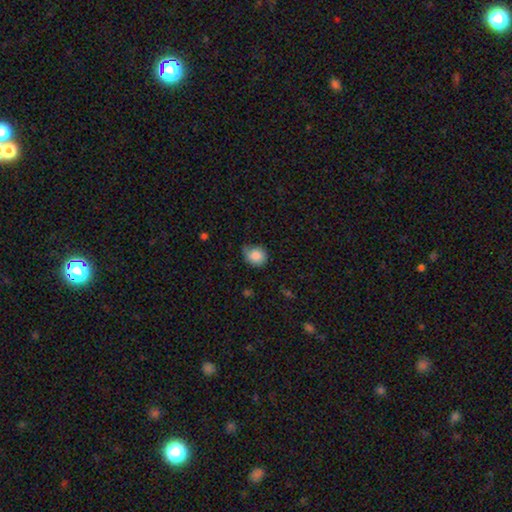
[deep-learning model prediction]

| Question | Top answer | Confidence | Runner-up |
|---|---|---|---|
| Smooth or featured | smooth | 86% | star or artifact (8%) |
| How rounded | round | 78% | in between (21%) |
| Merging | none | 58% | minor disturbance (33%) |